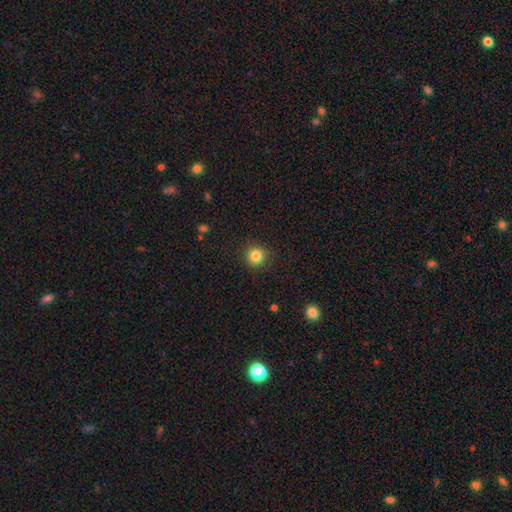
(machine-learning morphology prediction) Q: Smooth or featured?
A: smooth (84%); runner-up: star or artifact (11%)
Q: How rounded?
A: round (93%); runner-up: in between (6%)
Q: Merging?
A: none (89%); runner-up: minor disturbance (7%)